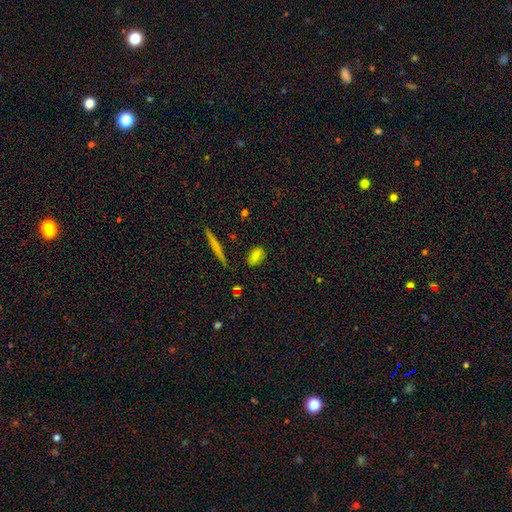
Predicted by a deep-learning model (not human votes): smooth-or-featured: smooth: 78% | featured or disk: 12% | star or artifact: 10%
  how-rounded: in between: 83% | round: 11% | cigar-shaped: 6%
  merging: none: 81% | minor disturbance: 14% | major disturbance: 3% | merger: 2%